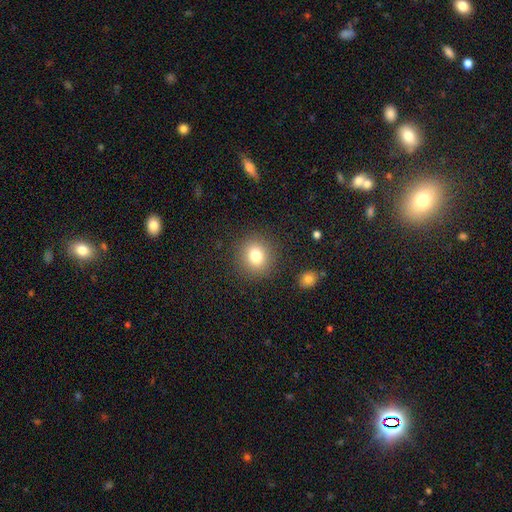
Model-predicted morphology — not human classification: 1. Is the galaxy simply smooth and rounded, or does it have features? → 79% smooth, 12% star or artifact, 8% featured or disk.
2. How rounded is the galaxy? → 86% round, 13% in between, 1% cigar-shaped.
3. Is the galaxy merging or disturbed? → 88% none, 7% minor disturbance, 3% major disturbance, 2% merger.